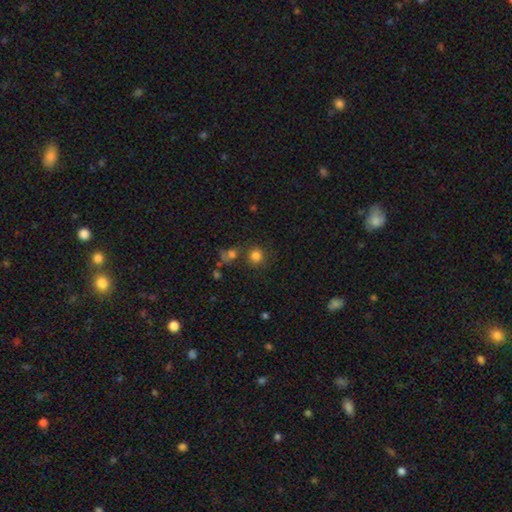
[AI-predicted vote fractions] Smooth or featured? Predicted: smooth (p=0.79). How rounded? Predicted: round (p=0.89). Merging? Predicted: none (p=0.70).